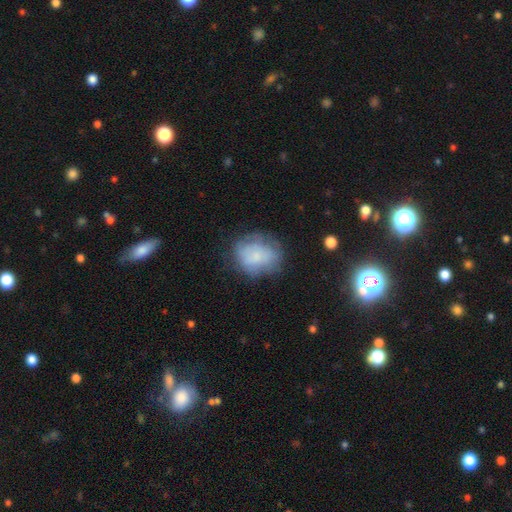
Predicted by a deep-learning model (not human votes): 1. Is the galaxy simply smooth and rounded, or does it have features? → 62% smooth, 28% featured or disk, 10% star or artifact.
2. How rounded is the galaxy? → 52% in between, 47% round, 1% cigar-shaped.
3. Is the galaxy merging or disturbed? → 57% none, 26% minor disturbance, 15% major disturbance, 2% merger.